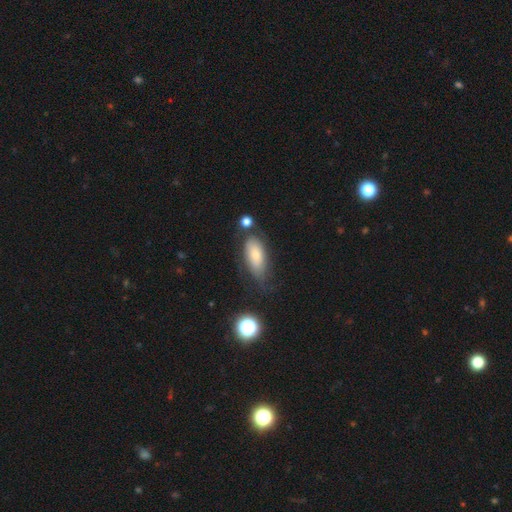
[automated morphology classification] A smooth galaxy with no disk features (66%) that is in between round and cigar-shaped (84%). Merging: none (53%).